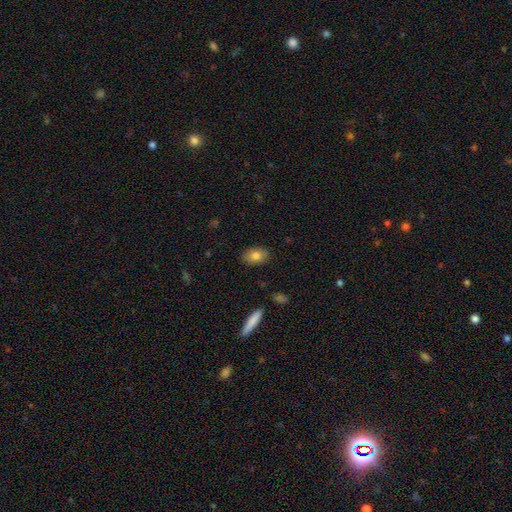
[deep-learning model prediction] Smooth or featured? smooth (81%)
How rounded? in between (88%)
Merging? none (86%)